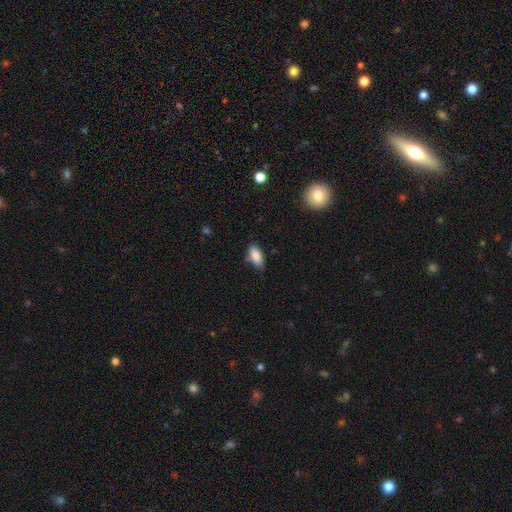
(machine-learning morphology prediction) The model was most divided on "merging": none: 72%, minor disturbance: 22%, major disturbance: 4%, merger: 2%. More confident: how rounded — in between (89%); smooth or featured — smooth (86%).